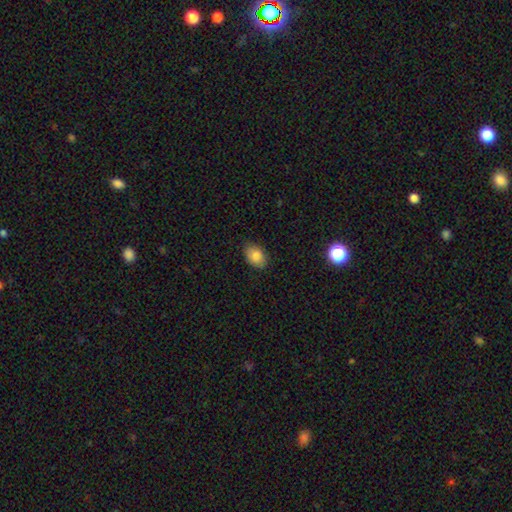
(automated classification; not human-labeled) Smooth or featured: smooth — 84% (star or artifact — 9%)
How rounded: in between — 83% (round — 16%)
Merging: none — 84% (minor disturbance — 13%)